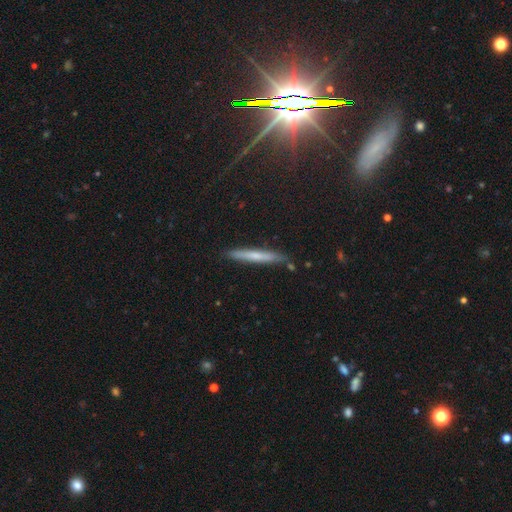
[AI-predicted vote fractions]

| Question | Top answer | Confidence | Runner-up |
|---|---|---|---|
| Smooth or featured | smooth | 54% | featured or disk (37%) |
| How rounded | cigar-shaped | 95% | in between (3%) |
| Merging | none | 86% | minor disturbance (10%) |